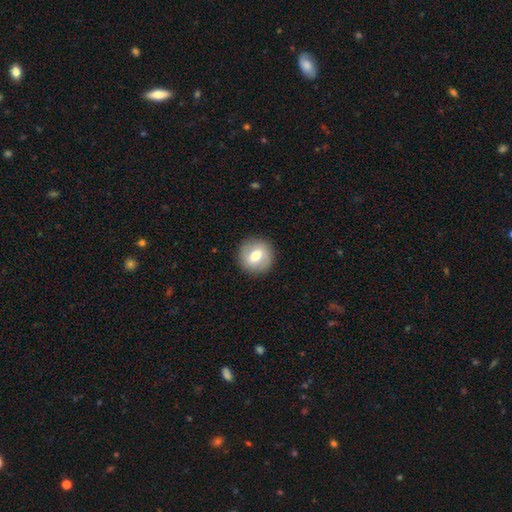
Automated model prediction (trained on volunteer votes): Morphology: type=smooth (63%); roundness=round (91%); merging=none (89%).